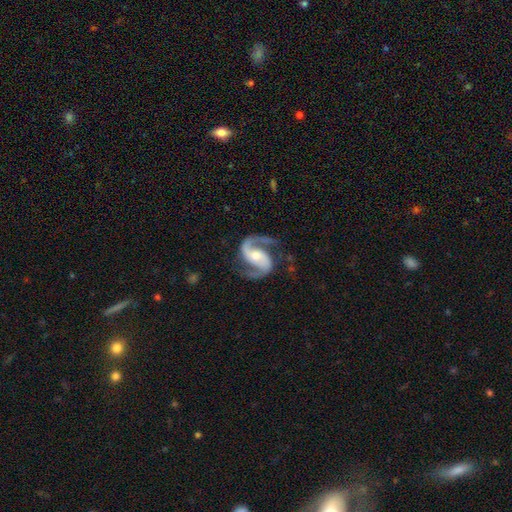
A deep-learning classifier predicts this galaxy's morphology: Smooth or featured? Predicted: featured or disk (p=0.93). Edge-on disk? Predicted: no (p=0.98). Bar? Predicted: weak (p=0.36, tied with no). Spiral arms? Predicted: yes (p=0.98). Spiral winding? Predicted: medium (p=0.61). Spiral arm count? Predicted: 2 (p=0.94). Bulge size? Predicted: moderate (p=0.58). Merging? Predicted: none (p=0.80).